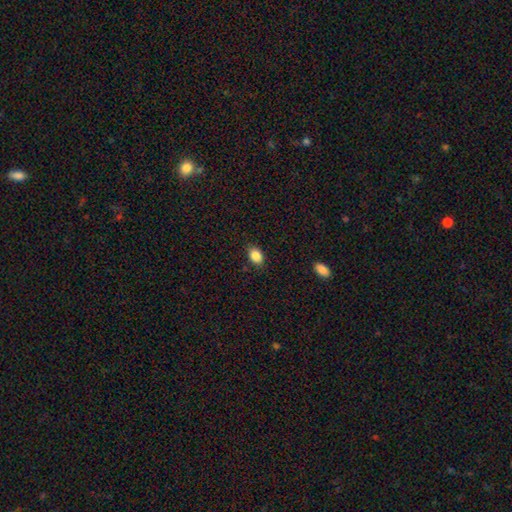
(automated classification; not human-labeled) Q: Smooth or featured?
A: smooth (86%); runner-up: star or artifact (9%)
Q: How rounded?
A: in between (78%); runner-up: round (21%)
Q: Merging?
A: none (85%); runner-up: minor disturbance (11%)